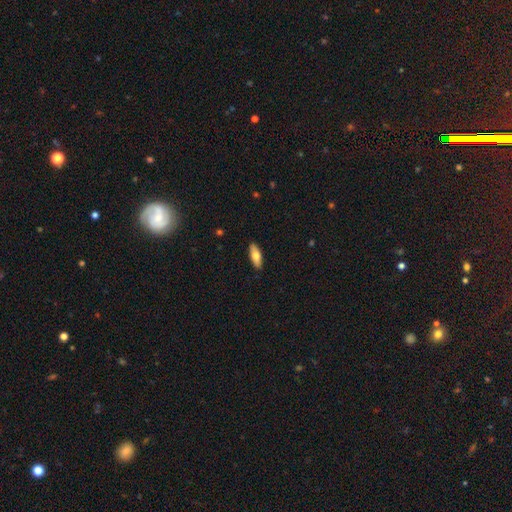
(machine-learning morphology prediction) Smooth or featured? Predicted: smooth (p=0.72). How rounded? Predicted: in between (p=0.72). Merging? Predicted: none (p=0.89).